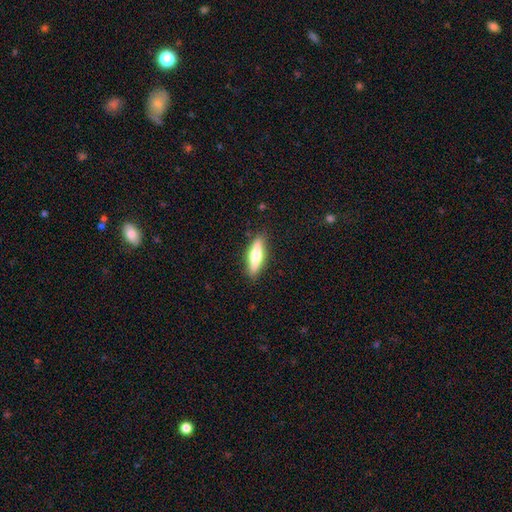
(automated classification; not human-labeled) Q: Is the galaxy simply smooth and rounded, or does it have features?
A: smooth — 57%.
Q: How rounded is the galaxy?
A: cigar-shaped — 64%.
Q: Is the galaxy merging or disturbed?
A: none — 87%.